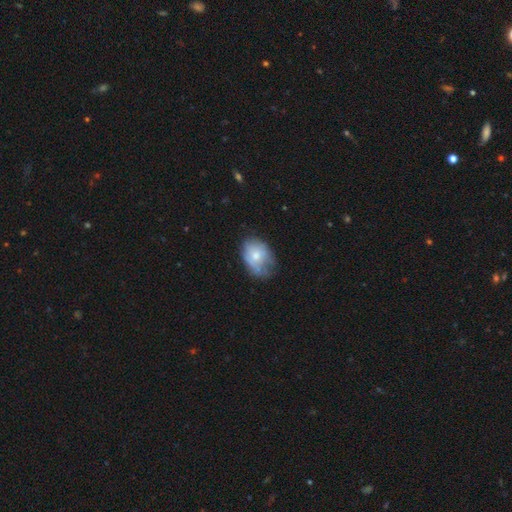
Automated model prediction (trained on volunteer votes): smooth-or-featured: smooth: 63% | featured or disk: 30% | star or artifact: 7%
  how-rounded: in between: 73% | round: 26% | cigar-shaped: 1%
  merging: none: 45% | minor disturbance: 37% | major disturbance: 16% | merger: 3%